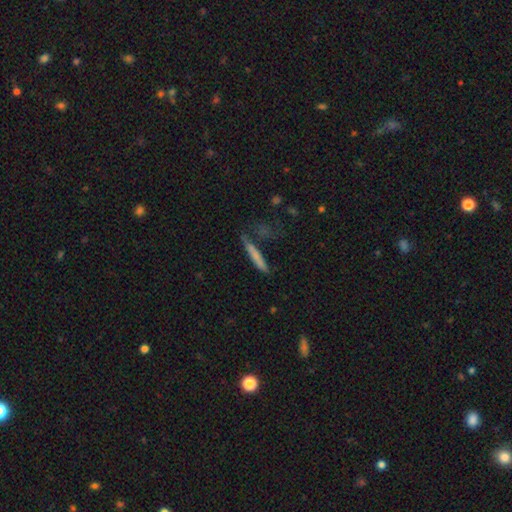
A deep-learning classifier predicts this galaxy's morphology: smooth_or_featured: smooth (p=0.67) [alt: featured or disk p=0.24]
how_rounded: cigar-shaped (p=0.93) [alt: in between p=0.05]
merging: none (p=0.69) [alt: minor disturbance p=0.18]